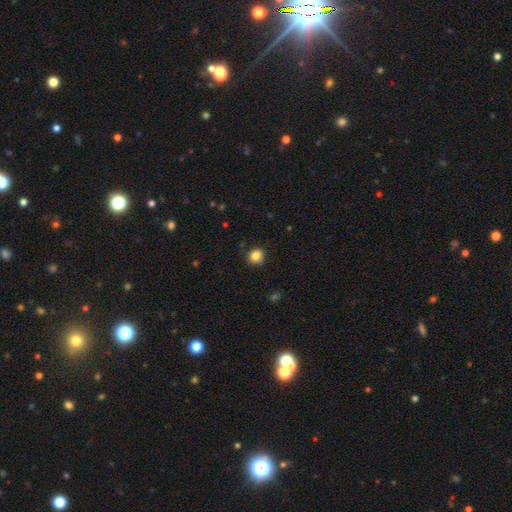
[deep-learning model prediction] Smooth or featured? Predicted: smooth (p=0.85). How rounded? Predicted: round (p=0.85). Merging? Predicted: none (p=0.88).